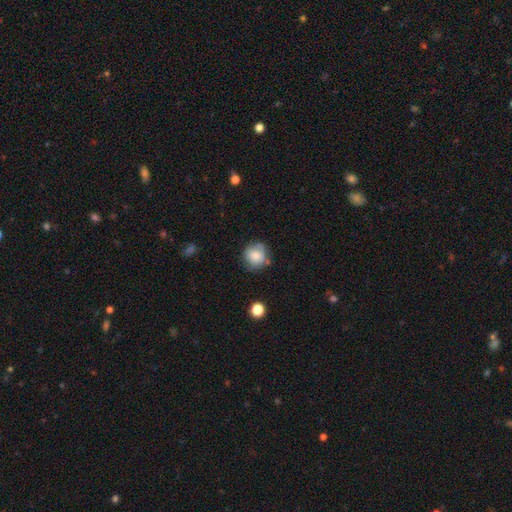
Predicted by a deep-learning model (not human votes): Overall: smooth (77%). How rounded: round (88%). Merging: none (69%).